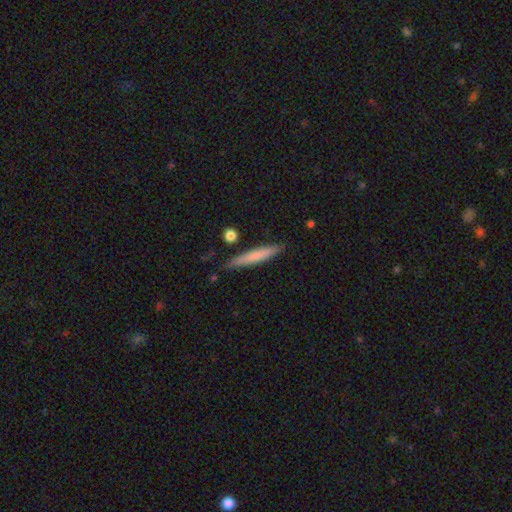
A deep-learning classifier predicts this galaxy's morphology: Smooth or featured? smooth (71%)
How rounded? cigar-shaped (94%)
Merging? none (84%)